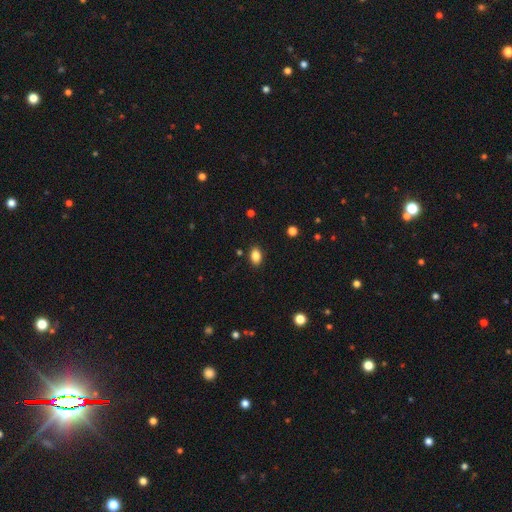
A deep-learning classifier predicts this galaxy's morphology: smooth 85%, star or artifact 9%, featured or disk 5%. Down the decision tree: how rounded — in between (82%); merging — none (88%).